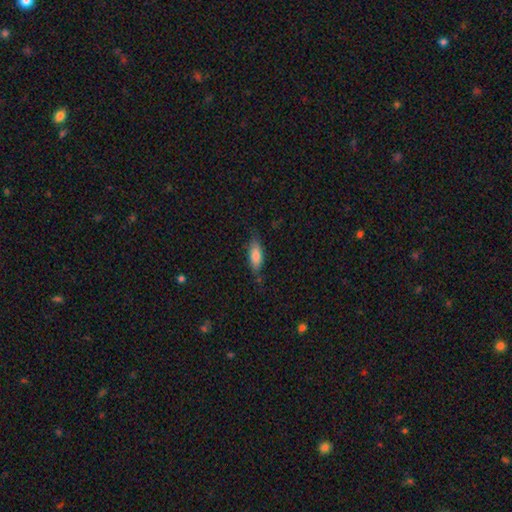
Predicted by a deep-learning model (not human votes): smooth 79%, featured or disk 14%, star or artifact 7%. Down the decision tree: how rounded — in between (69%); merging — none (74%).